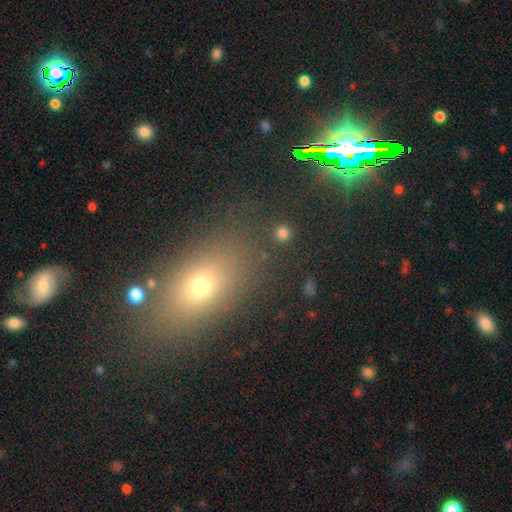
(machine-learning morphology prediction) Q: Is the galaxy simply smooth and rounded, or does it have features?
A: smooth — 55%.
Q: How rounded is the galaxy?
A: in between — 71%.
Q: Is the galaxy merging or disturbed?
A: none — 83%.